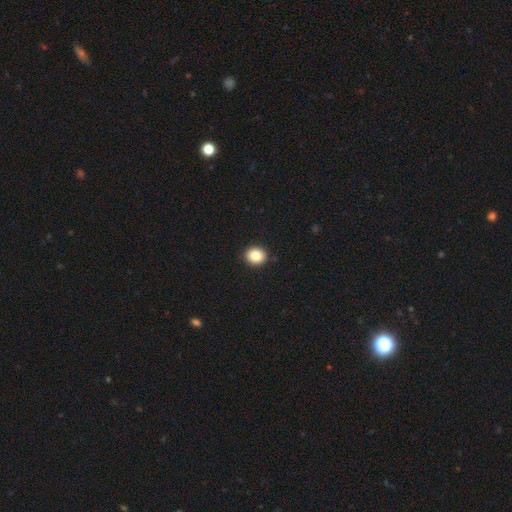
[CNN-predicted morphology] Q: Smooth or featured?
A: smooth (85%); runner-up: star or artifact (9%)
Q: How rounded?
A: round (83%); runner-up: in between (16%)
Q: Merging?
A: none (93%); runner-up: minor disturbance (5%)